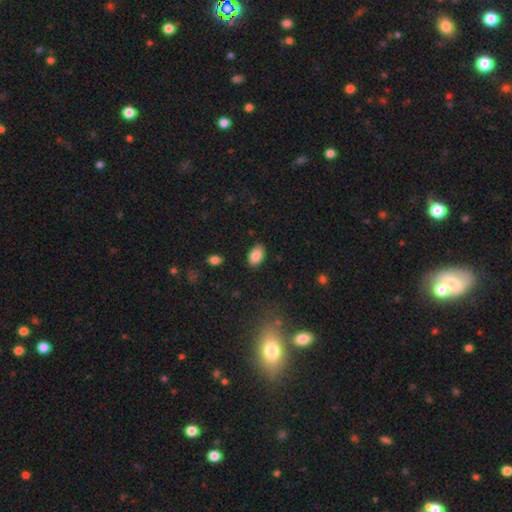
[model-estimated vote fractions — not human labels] This appears to be a smooth galaxy with no disk features (87%) that is in between round and cigar-shaped (92%). Merging: none (85%).